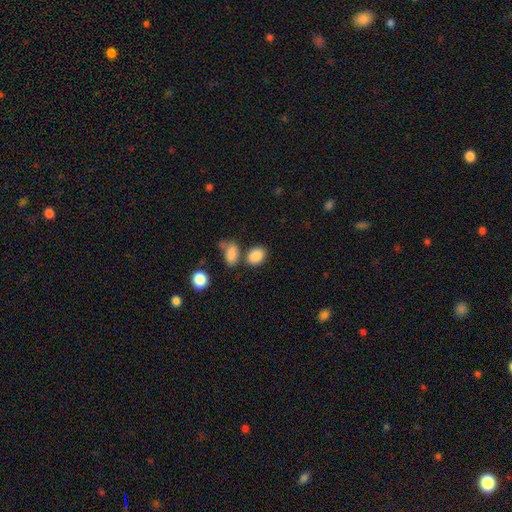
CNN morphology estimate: Overall: smooth (87%). How rounded: in between (76%). Merging: none (67%).